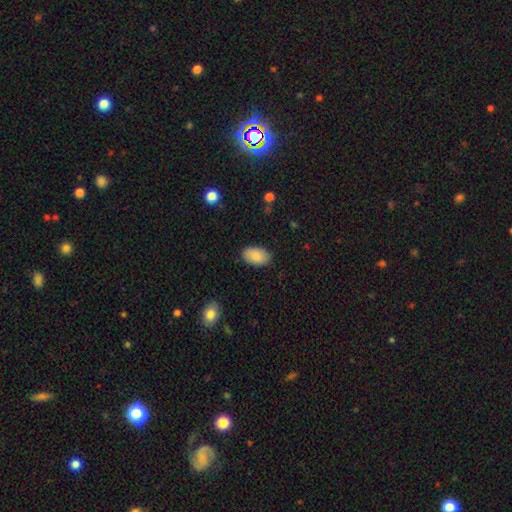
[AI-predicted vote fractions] smooth_or_featured: smooth (p=0.88) [alt: star or artifact p=0.06]
how_rounded: in between (p=0.93) [alt: round p=0.05]
merging: none (p=0.87) [alt: minor disturbance p=0.10]